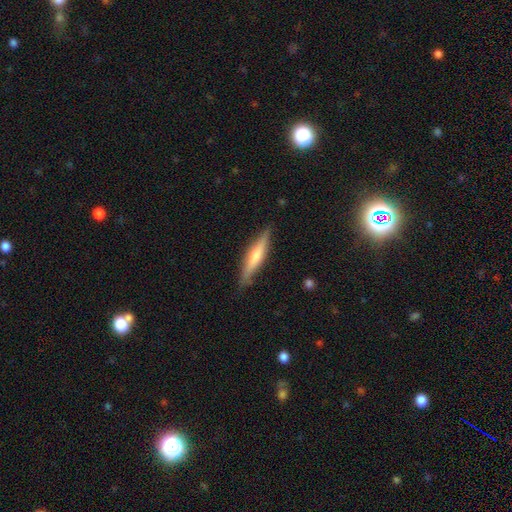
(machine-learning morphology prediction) Smooth or featured: featured or disk — 53% (smooth — 40%)
Edge-on disk: yes — 95% (no — 5%)
Edge-on bulge: rounded — 67% (none — 18%)
Merging: none — 88% (minor disturbance — 9%)